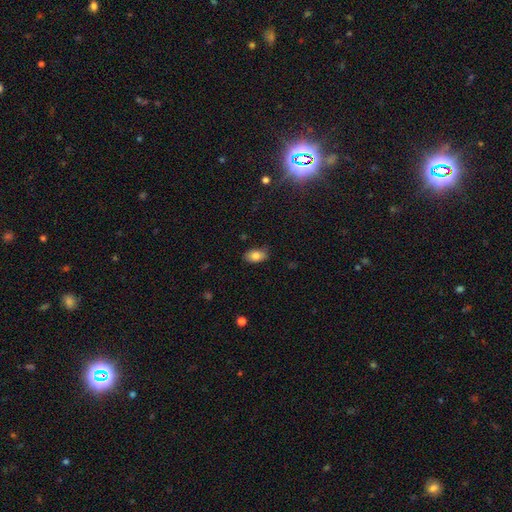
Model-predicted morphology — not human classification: Smooth or featured?
  - smooth: 82% *
  - featured or disk: 10%
  - star or artifact: 8%
How rounded?
  - in between: 91% *
  - round: 7%
  - cigar-shaped: 2%
Merging?
  - none: 81% *
  - minor disturbance: 15%
  - major disturbance: 3%
  - merger: 1%